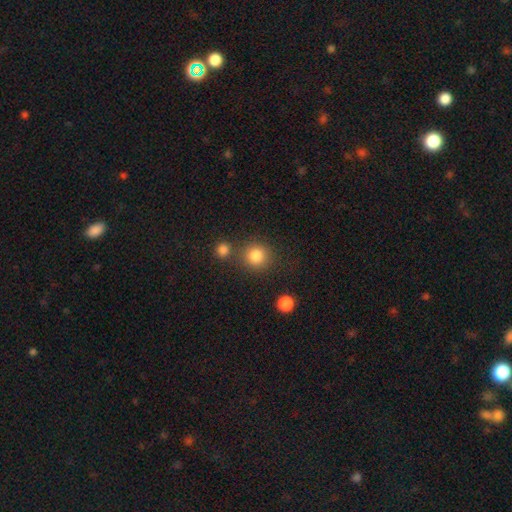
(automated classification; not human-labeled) A smooth galaxy with no disk features (84%) that is round (90%). Merging: none (76%).